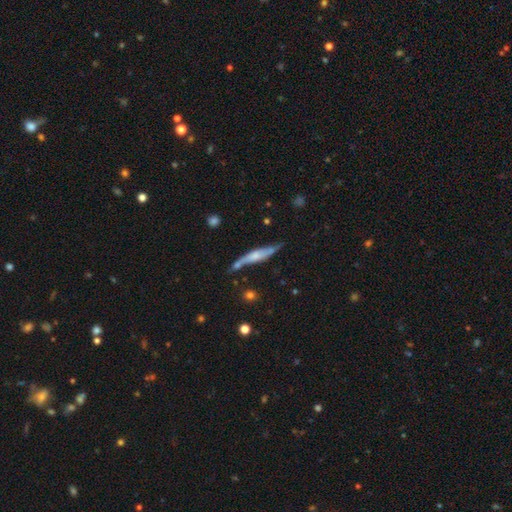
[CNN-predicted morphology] type=featured or disk (54%); edge-on=yes (80%); merging=none (58%).